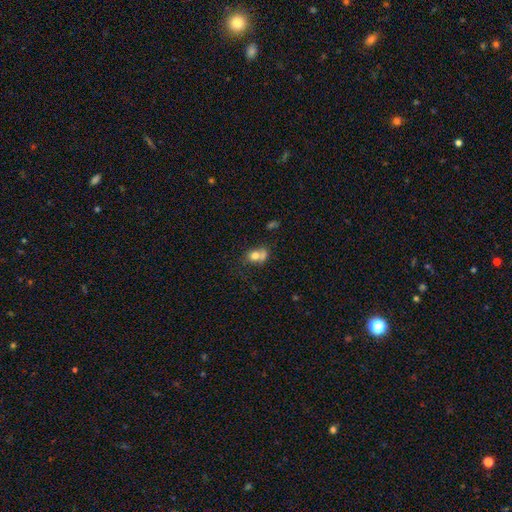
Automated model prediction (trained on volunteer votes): smooth-or-featured: smooth: 72% | featured or disk: 17% | star or artifact: 11%
  how-rounded: round: 54% | in between: 44% | cigar-shaped: 1%
  merging: merger: 50% | none: 28% | minor disturbance: 13% | major disturbance: 8%